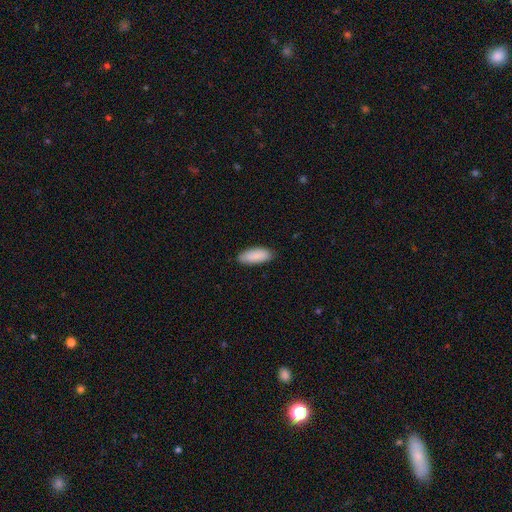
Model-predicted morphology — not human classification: This appears to be a smooth galaxy with no disk features (90%) that is in between round and cigar-shaped (80%). Merging: none (87%).